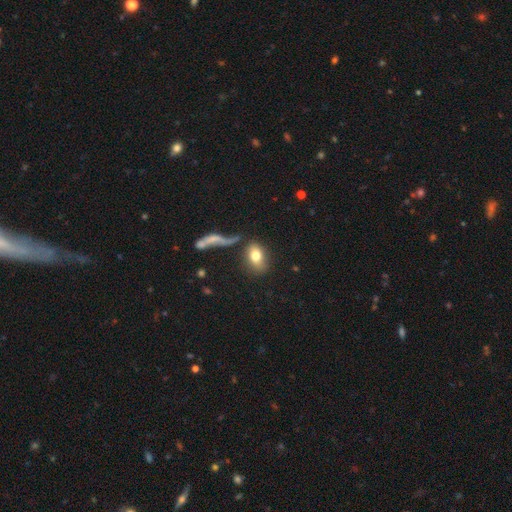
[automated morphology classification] Smooth or featured? Predicted: smooth (p=0.77). How rounded? Predicted: in between (p=0.84). Merging? Predicted: none (p=0.62).